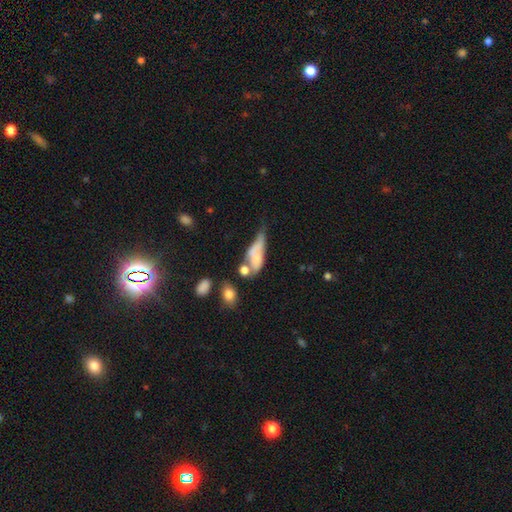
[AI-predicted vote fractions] Smooth or featured: smooth — 56% (featured or disk — 35%)
How rounded: in between — 73% (cigar-shaped — 21%)
Merging: merger — 30% (tied with major disturbance — 30%)